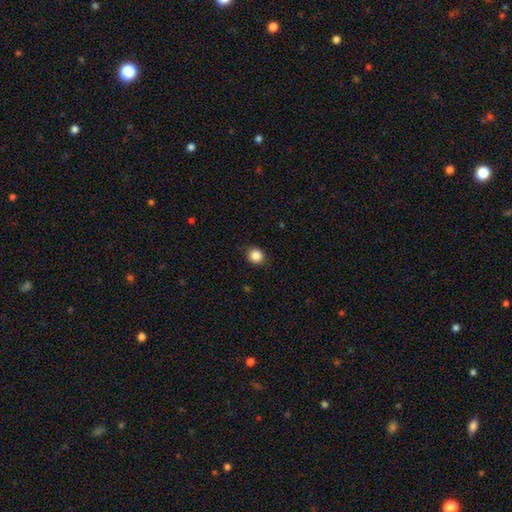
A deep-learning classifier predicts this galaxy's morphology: Smooth or featured? smooth (86%)
How rounded? round (82%)
Merging? none (88%)